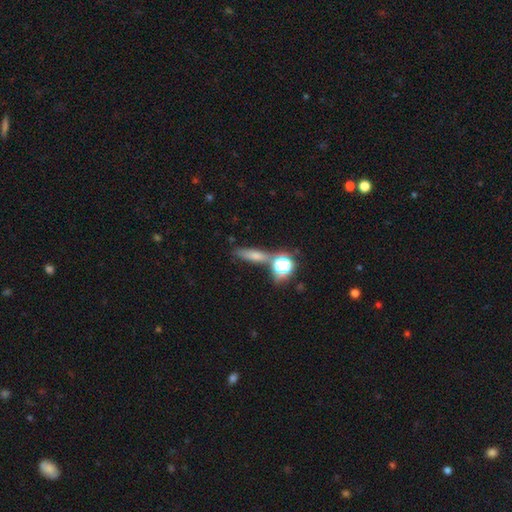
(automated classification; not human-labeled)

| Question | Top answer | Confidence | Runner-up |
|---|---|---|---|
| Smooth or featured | smooth | 61% | star or artifact (20%) |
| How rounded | cigar-shaped | 60% | in between (25%) |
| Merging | none | 68% | merger (15%) |